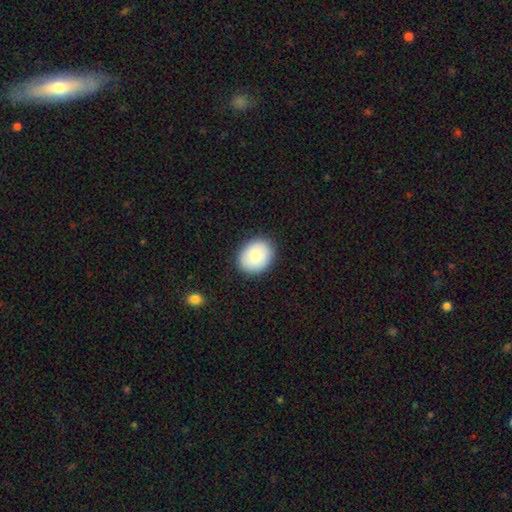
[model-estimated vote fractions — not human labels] A smooth galaxy with no disk features (81%) that is in between round and cigar-shaped (55%).

Vote fractions:
- Smooth or featured? smooth: 81% / featured or disk: 12% / star or artifact: 7%
- How rounded? in between: 55% / round: 44% / cigar-shaped: 1%
- Merging? none: 88% / minor disturbance: 9% / major disturbance: 2% / merger: 1%